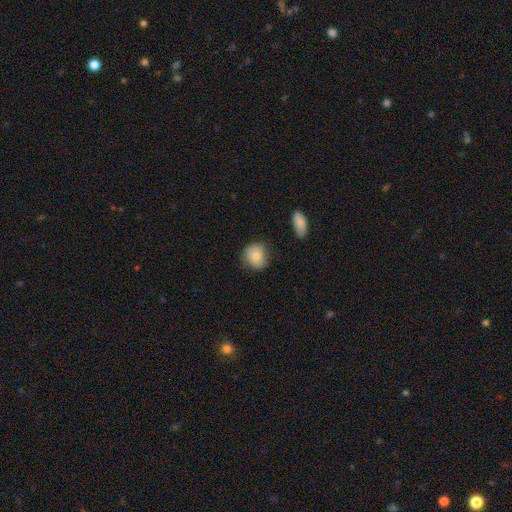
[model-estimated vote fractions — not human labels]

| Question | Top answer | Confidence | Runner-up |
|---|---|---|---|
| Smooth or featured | smooth | 78% | featured or disk (14%) |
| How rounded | round | 72% | in between (27%) |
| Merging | none | 70% | minor disturbance (23%) |